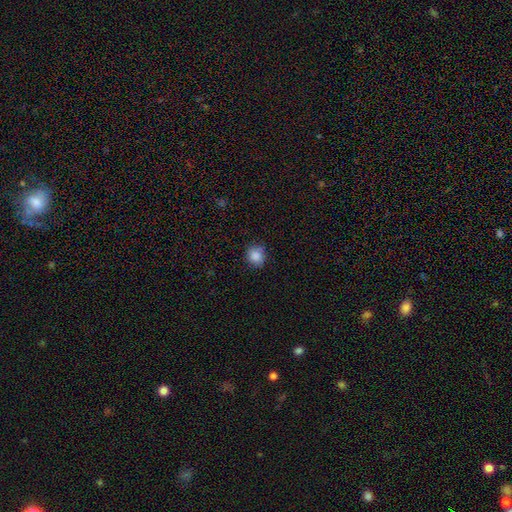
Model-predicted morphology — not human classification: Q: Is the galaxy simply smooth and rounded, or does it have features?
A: smooth — 86%.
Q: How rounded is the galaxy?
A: round — 81%.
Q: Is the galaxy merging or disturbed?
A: none — 78%.